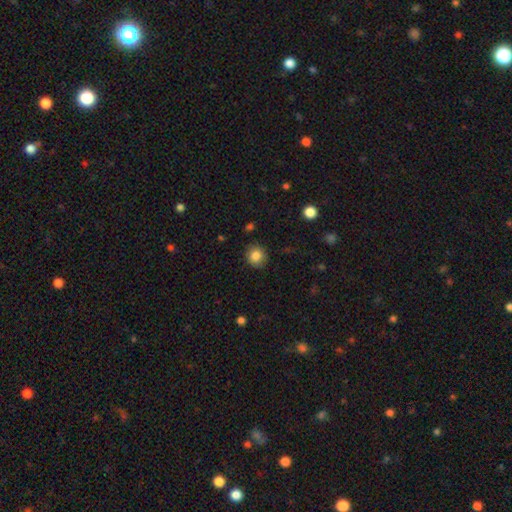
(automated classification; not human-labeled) Smooth or featured: smooth — 84% (star or artifact — 10%)
How rounded: round — 85% (in between — 14%)
Merging: none — 88% (minor disturbance — 8%)